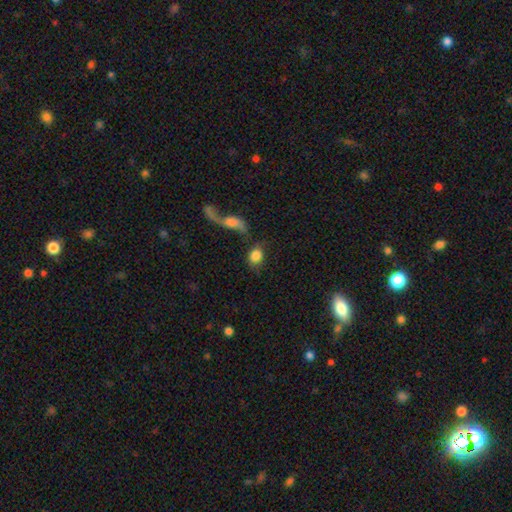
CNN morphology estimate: type=smooth (79%); roundness=in between (59%); merging=none (45%).